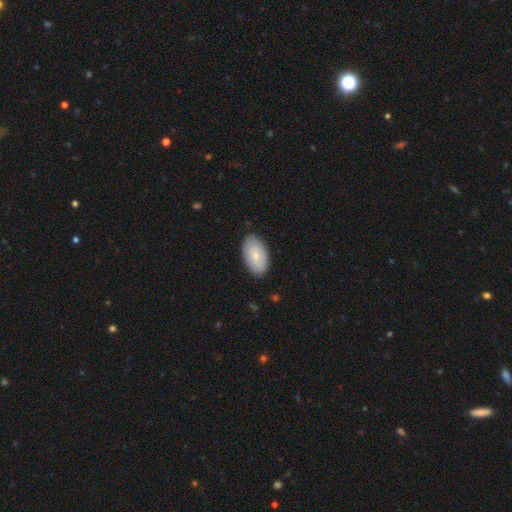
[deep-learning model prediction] A smooth galaxy with no disk features (76%) that is in between round and cigar-shaped (95%).

Vote fractions:
- Smooth or featured? smooth: 76% / featured or disk: 19% / star or artifact: 5%
- How rounded? in between: 95% / round: 4% / cigar-shaped: 1%
- Merging? none: 85% / minor disturbance: 12% / major disturbance: 2% / merger: 1%